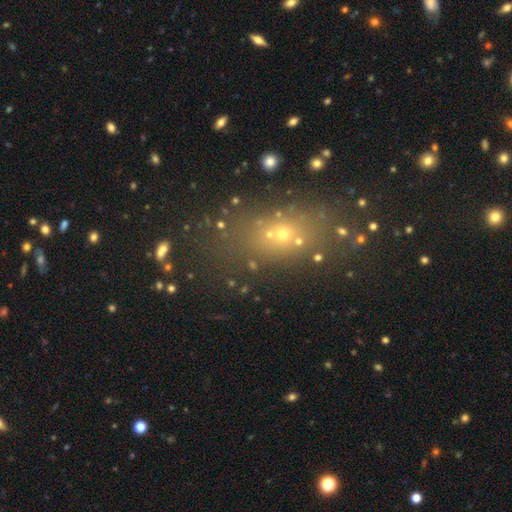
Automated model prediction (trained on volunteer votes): Smooth or featured? smooth (43%)
Merging? none (75%)